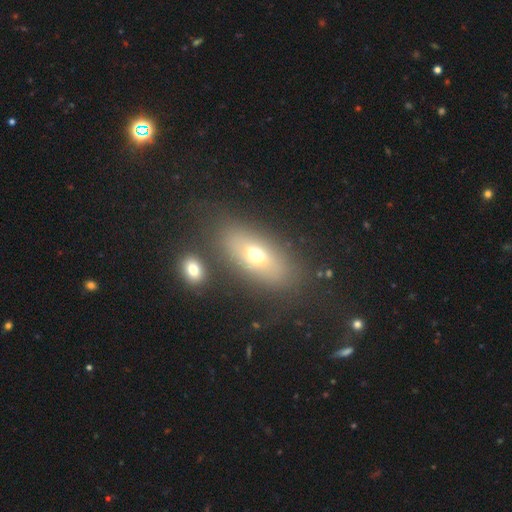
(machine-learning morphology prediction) smooth-or-featured: smooth: 63% | featured or disk: 25% | star or artifact: 12%
  how-rounded: in between: 78% | cigar-shaped: 13% | round: 10%
  merging: none: 75% | minor disturbance: 11% | merger: 8% | major disturbance: 6%